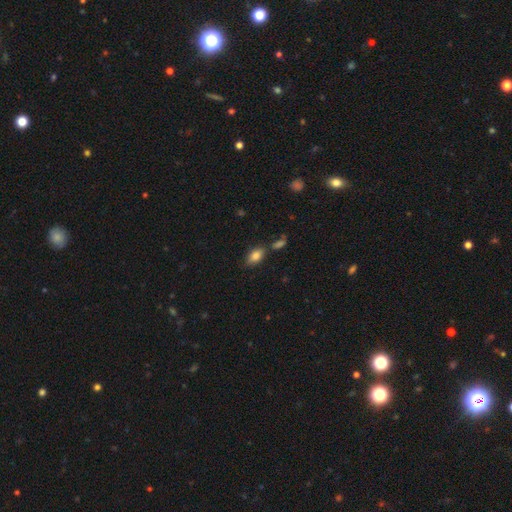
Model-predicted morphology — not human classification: The model was most divided on "merging": none: 72%, minor disturbance: 13%, merger: 11%, major disturbance: 3%. More confident: how rounded — in between (90%); smooth or featured — smooth (82%).